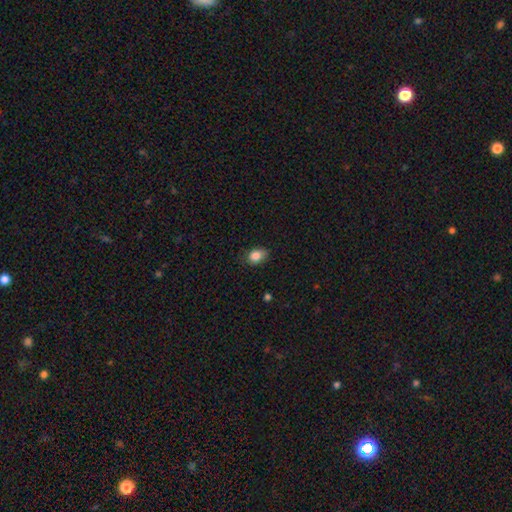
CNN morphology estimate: Smooth or featured? Predicted: smooth (p=0.85). How rounded? Predicted: in between (p=0.75). Merging? Predicted: none (p=0.74).